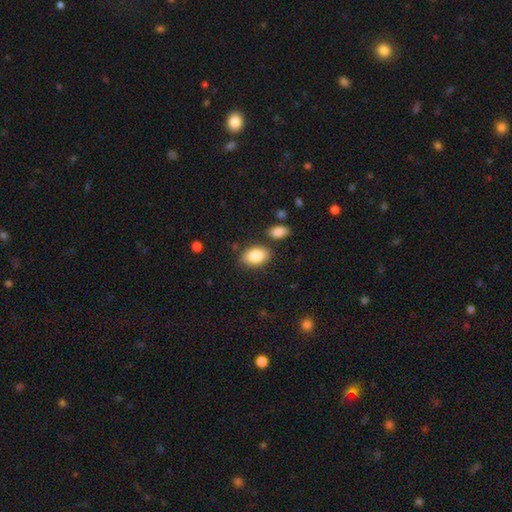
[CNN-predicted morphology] A smooth galaxy with no disk features (85%) that is in between round and cigar-shaped (89%).

Vote fractions:
- Smooth or featured? smooth: 85% / featured or disk: 8% / star or artifact: 7%
- How rounded? in between: 89% / round: 9% / cigar-shaped: 1%
- Merging? none: 80% / minor disturbance: 11% / merger: 6% / major disturbance: 3%